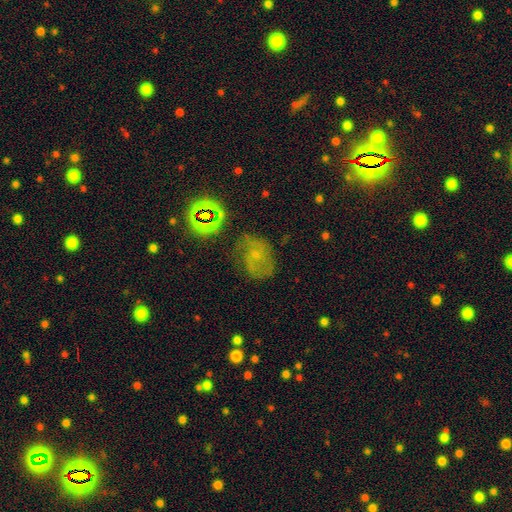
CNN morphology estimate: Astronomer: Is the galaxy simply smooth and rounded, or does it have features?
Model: featured or disk — 47% (runner-up: smooth, 27%).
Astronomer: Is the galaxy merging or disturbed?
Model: none — 60%.